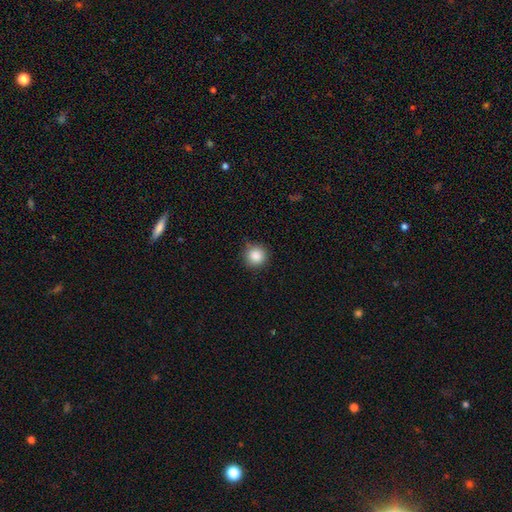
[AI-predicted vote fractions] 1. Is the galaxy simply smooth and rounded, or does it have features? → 86% smooth, 10% star or artifact, 4% featured or disk.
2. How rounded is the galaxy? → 93% round, 6% in between, 1% cigar-shaped.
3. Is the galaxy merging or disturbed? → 85% none, 11% minor disturbance, 2% major disturbance, 1% merger.